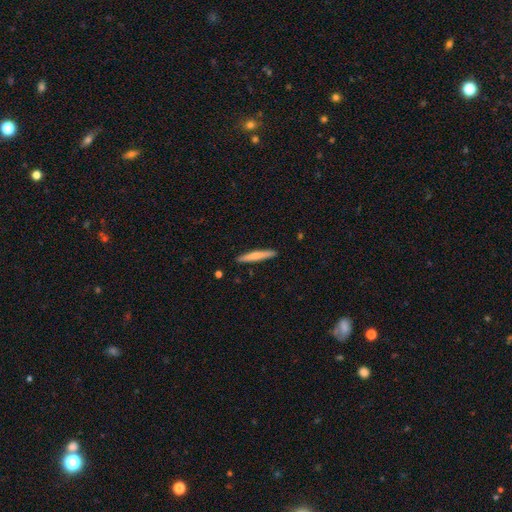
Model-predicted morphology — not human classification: smooth_or_featured: smooth (p=0.64) [alt: featured or disk p=0.31]
how_rounded: cigar-shaped (p=0.94) [alt: in between p=0.04]
merging: none (p=0.91) [alt: minor disturbance p=0.06]